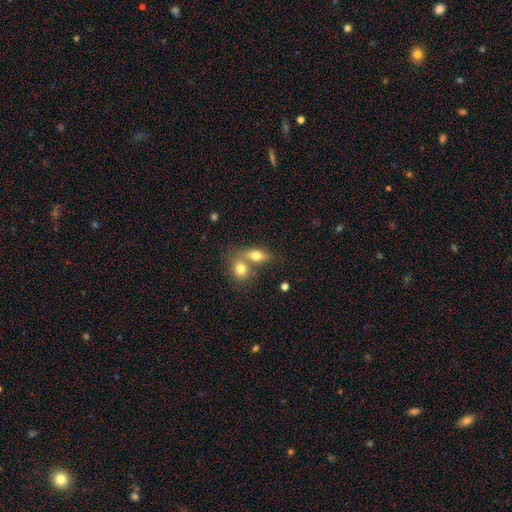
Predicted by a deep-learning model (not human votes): Q: Smooth or featured?
A: smooth (74%); runner-up: featured or disk (17%)
Q: How rounded?
A: in between (75%); runner-up: round (18%)
Q: Merging?
A: merger (55%); runner-up: none (33%)